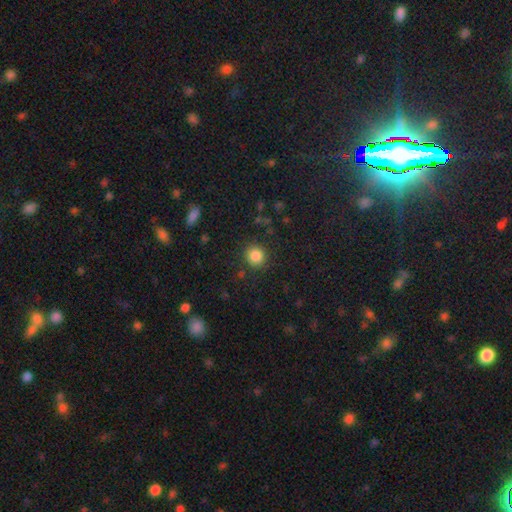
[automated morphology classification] Q: Smooth or featured?
A: smooth (85%); runner-up: star or artifact (11%)
Q: How rounded?
A: round (90%); runner-up: in between (10%)
Q: Merging?
A: none (88%); runner-up: minor disturbance (7%)